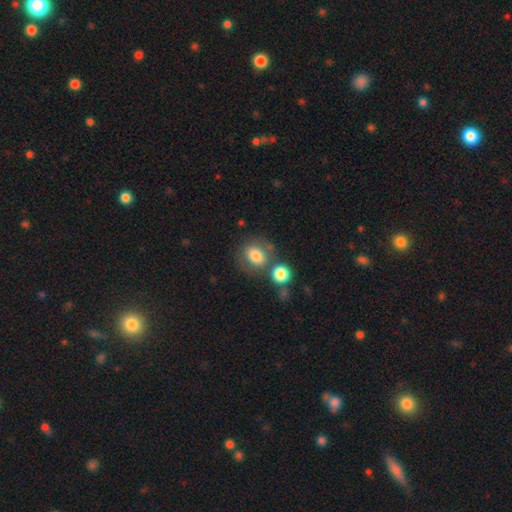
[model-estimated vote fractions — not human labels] Overall: smooth (77%). How rounded: in between (53%; round 45%). Merging: none (59%; merger 20%).